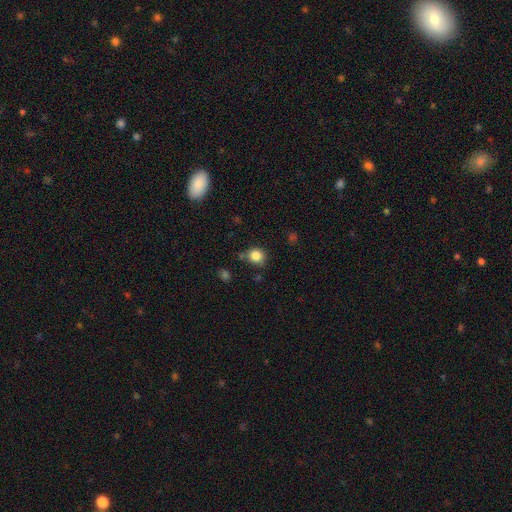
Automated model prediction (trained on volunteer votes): Smooth or featured? Predicted: smooth (p=0.84). How rounded? Predicted: round (p=0.80). Merging? Predicted: none (p=0.76).